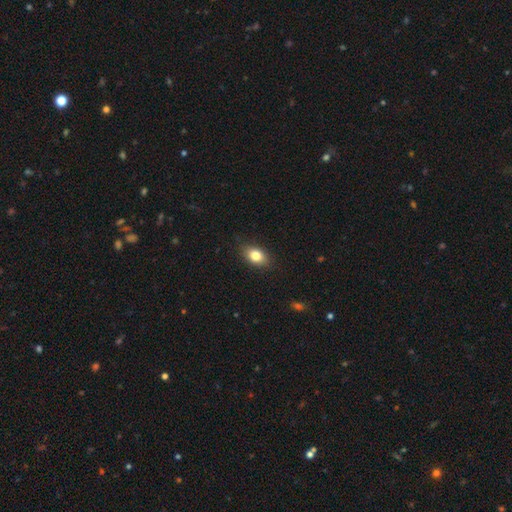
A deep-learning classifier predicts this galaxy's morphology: Smooth or featured? Predicted: smooth (p=0.82). How rounded? Predicted: in between (p=0.80). Merging? Predicted: none (p=0.85).